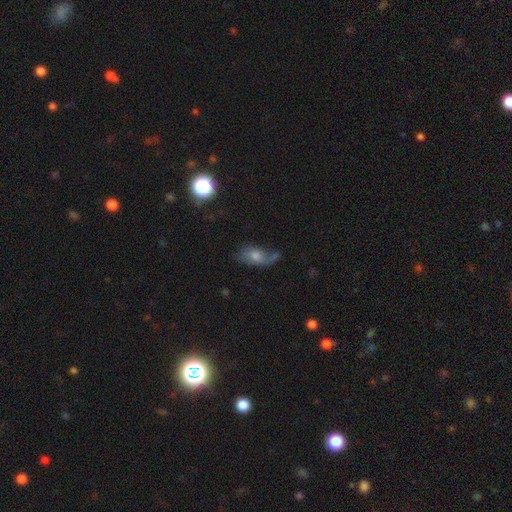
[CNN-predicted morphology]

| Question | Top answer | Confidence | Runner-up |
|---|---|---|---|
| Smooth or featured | smooth | 45% | featured or disk (40%) |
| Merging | none | 43% | minor disturbance (28%) |